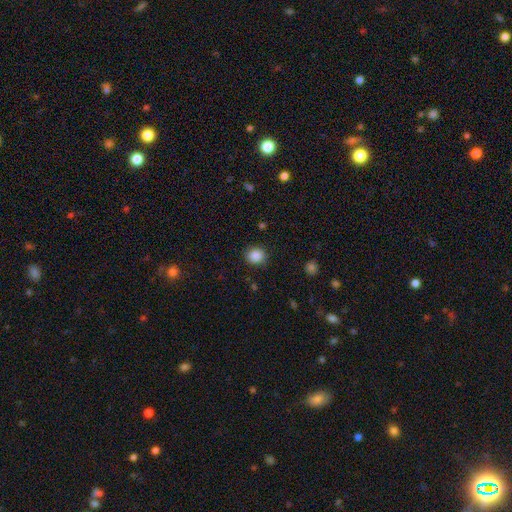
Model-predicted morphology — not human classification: Smooth or featured?
  - smooth: 87% *
  - star or artifact: 10%
  - featured or disk: 3%
How rounded?
  - round: 82% *
  - in between: 17%
  - cigar-shaped: 1%
Merging?
  - none: 87% *
  - minor disturbance: 9%
  - major disturbance: 3%
  - merger: 1%